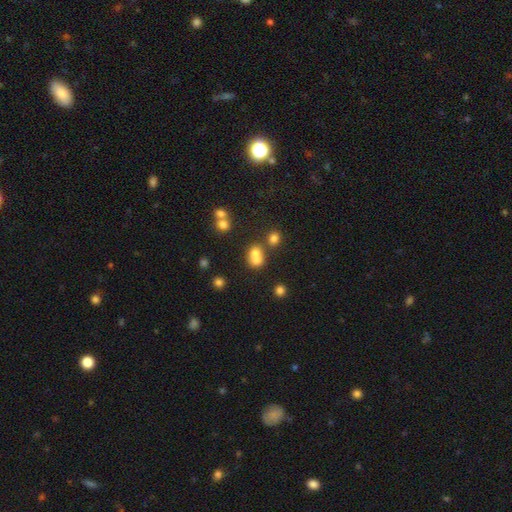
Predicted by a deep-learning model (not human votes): A smooth galaxy with no disk features (69%) that is round (68%).

Vote fractions:
- Smooth or featured? smooth: 69% / star or artifact: 16% / featured or disk: 15%
- How rounded? round: 68% / in between: 31% / cigar-shaped: 1%
- Merging? merger: 54% / none: 34% / minor disturbance: 8% / major disturbance: 4%